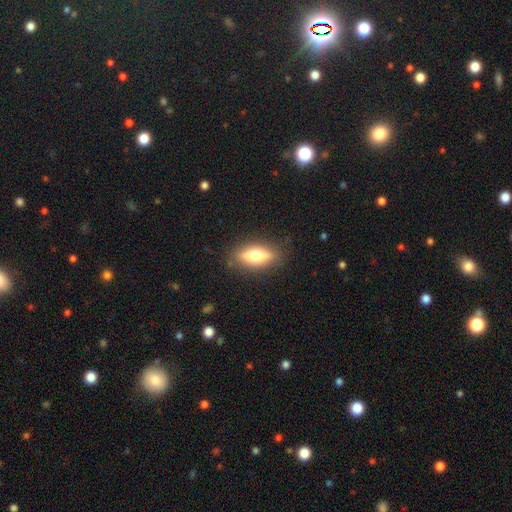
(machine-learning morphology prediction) Smooth or featured? smooth (54%)
How rounded? in between (61%)
Merging? none (85%)